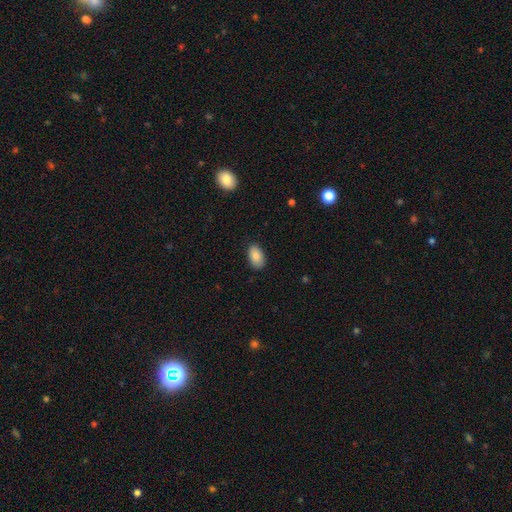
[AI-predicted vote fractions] Smooth or featured: smooth — 88% (star or artifact — 7%)
How rounded: in between — 93% (round — 5%)
Merging: none — 86% (minor disturbance — 10%)